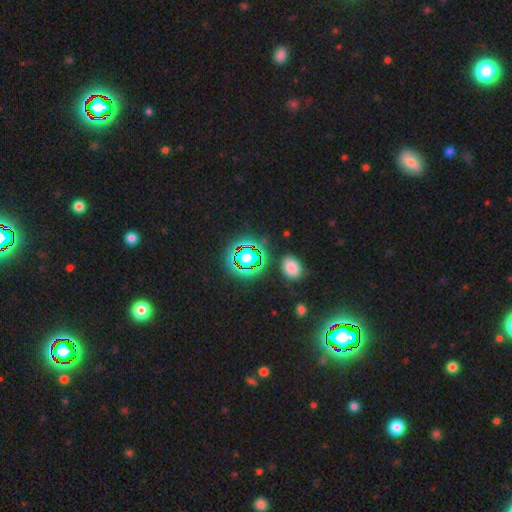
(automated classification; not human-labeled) Smooth or featured: star or artifact — 80% (smooth — 12%)